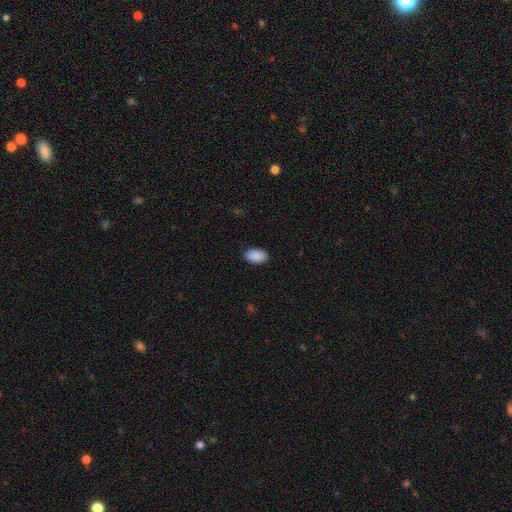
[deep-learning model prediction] This is clearly a smooth galaxy (90%). How rounded: clearly in between (93%). Merging: clearly none (87%).